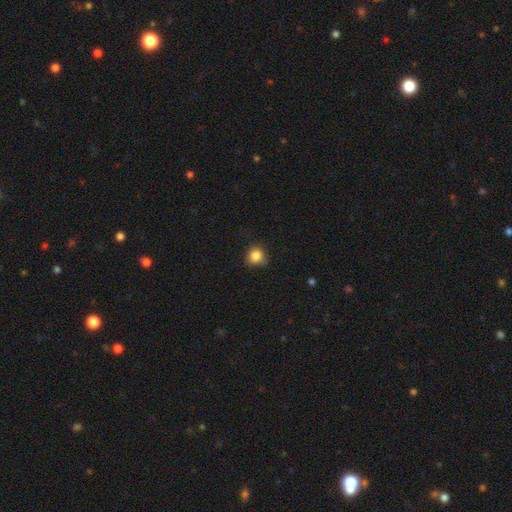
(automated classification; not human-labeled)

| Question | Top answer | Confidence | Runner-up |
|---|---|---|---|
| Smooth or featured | smooth | 85% | star or artifact (11%) |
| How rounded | round | 87% | in between (13%) |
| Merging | none | 78% | minor disturbance (17%) |